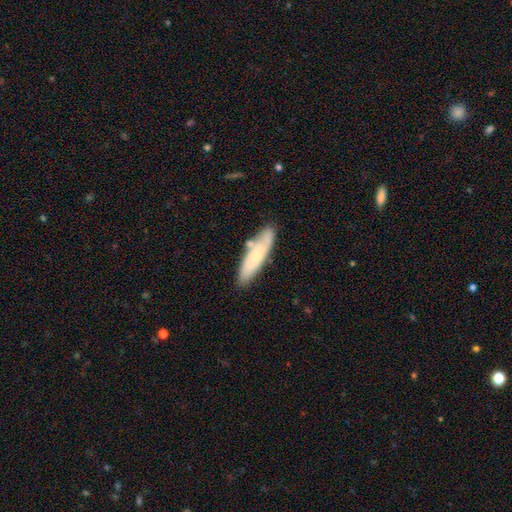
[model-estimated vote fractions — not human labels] smooth_or_featured: smooth (p=0.65) [alt: featured or disk p=0.28]
how_rounded: cigar-shaped (p=0.68) [alt: in between p=0.31]
merging: none (p=0.72) [alt: minor disturbance p=0.17]